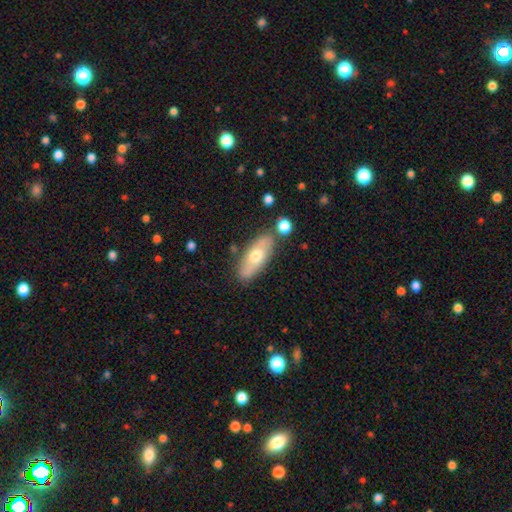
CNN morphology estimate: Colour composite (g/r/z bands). It shows a smooth galaxy with no disk features (55%) that is in between round and cigar-shaped (75%). Merging: none (80%).